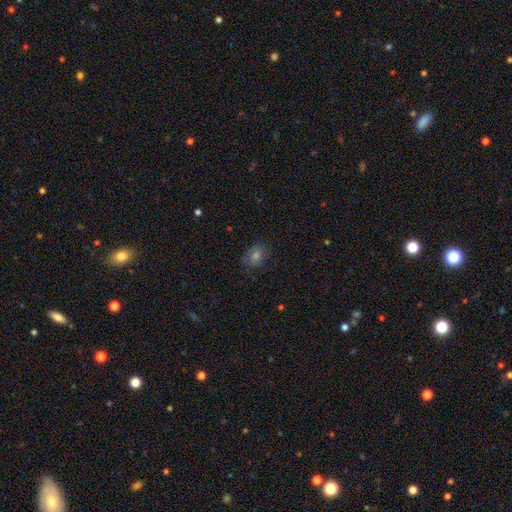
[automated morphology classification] Smooth or featured: smooth — 62% (star or artifact — 21%)
How rounded: in between — 58% (round — 41%)
Merging: none — 80% (minor disturbance — 15%)